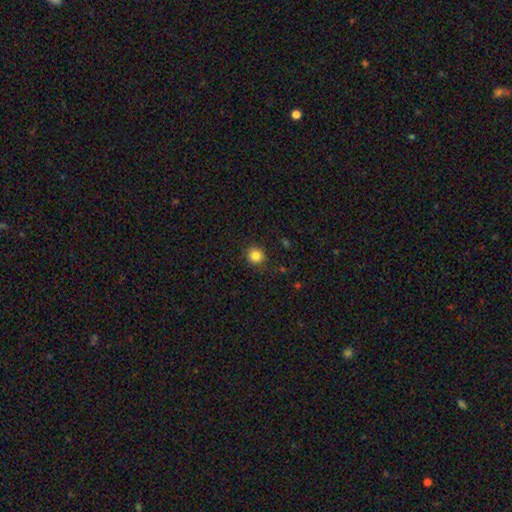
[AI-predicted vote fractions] Morphology: type=smooth (84%); roundness=round (91%); merging=none (88%).